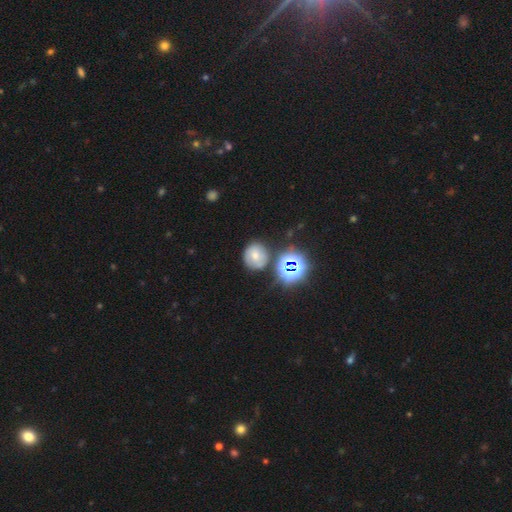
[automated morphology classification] Smooth or featured? smooth (55%)
How rounded? round (83%)
Merging? none (70%)